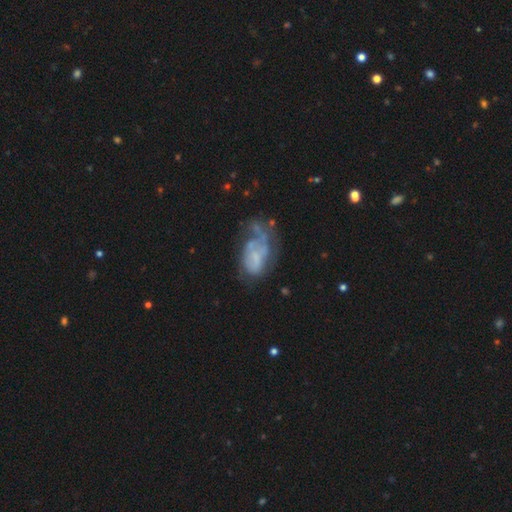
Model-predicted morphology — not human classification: smooth-or-featured: featured or disk: 59% | smooth: 31% | star or artifact: 11%
  disk-edge-on: no: 97% | yes: 3%
    bar: no: 77% | weak: 19% | strong: 5%
    has-spiral-arms: no: 53% | yes: 47%
    bulge-size: none: 63% | small: 20% | moderate: 11% | large: 5% | dominant: 2%
  merging: major disturbance: 42% | none: 27% | minor disturbance: 24% | merger: 7%